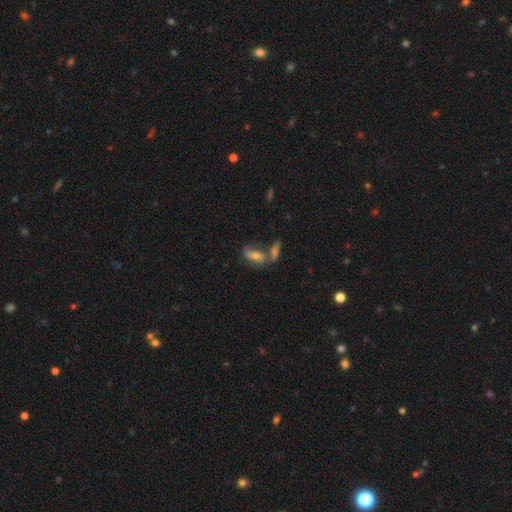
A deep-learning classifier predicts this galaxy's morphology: Smooth or featured?
  - featured or disk: 49% *
  - smooth: 37%
  - star or artifact: 13%
Merging?
  - none: 39% *
  - merger: 38%
  - minor disturbance: 13%
  - major disturbance: 9%